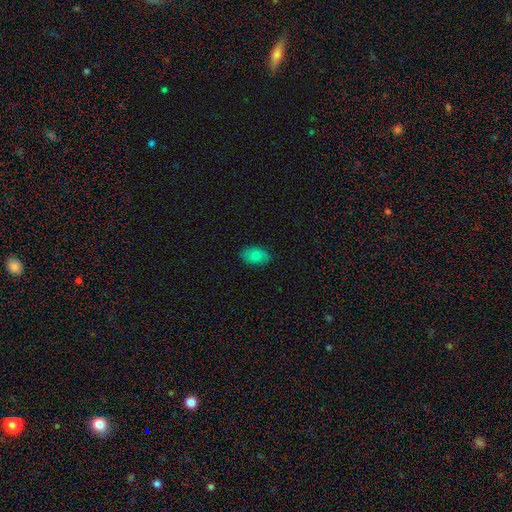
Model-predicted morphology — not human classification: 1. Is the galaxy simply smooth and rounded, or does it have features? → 78% smooth, 14% featured or disk, 9% star or artifact.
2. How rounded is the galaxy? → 88% in between, 11% round, 1% cigar-shaped.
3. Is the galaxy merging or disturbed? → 86% none, 11% minor disturbance, 2% major disturbance, 1% merger.